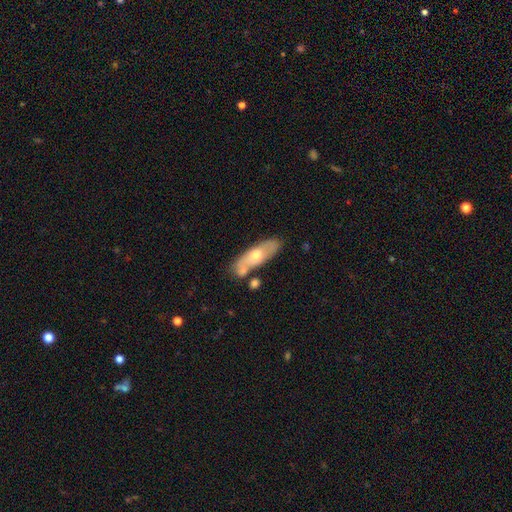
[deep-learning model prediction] featured or disk 47% (tied), smooth 47% (tied), star or artifact 6%. Down the decision tree: merging — none (67%).